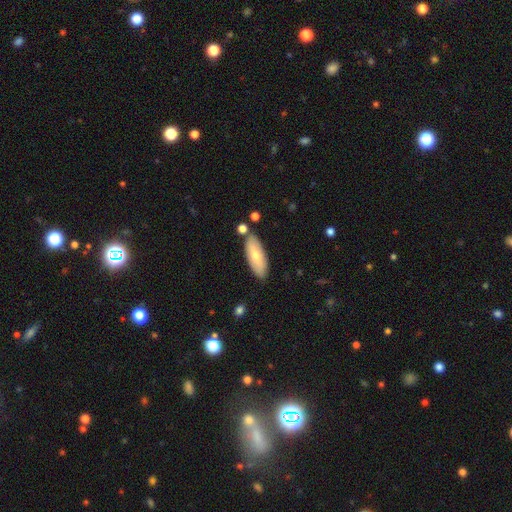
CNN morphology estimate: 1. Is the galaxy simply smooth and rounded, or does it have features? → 68% smooth, 26% featured or disk, 6% star or artifact.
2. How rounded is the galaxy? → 72% in between, 26% cigar-shaped, 2% round.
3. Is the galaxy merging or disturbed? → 80% none, 13% minor disturbance, 5% merger, 3% major disturbance.